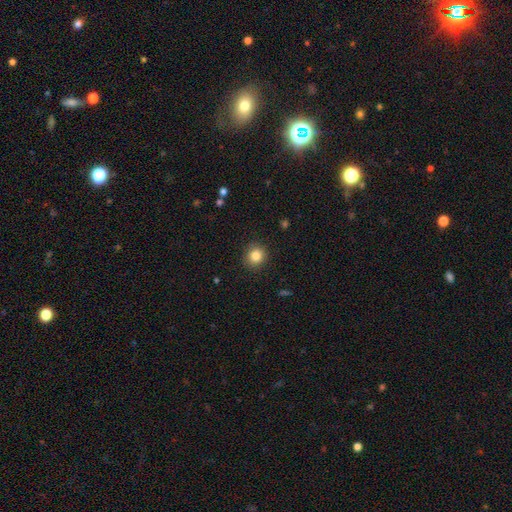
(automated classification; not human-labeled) A smooth galaxy with no disk features (84%) that is round (87%).

Vote fractions:
- Smooth or featured? smooth: 84% / star or artifact: 10% / featured or disk: 6%
- How rounded? round: 87% / in between: 12% / cigar-shaped: 1%
- Merging? none: 89% / minor disturbance: 8% / major disturbance: 2% / merger: 1%